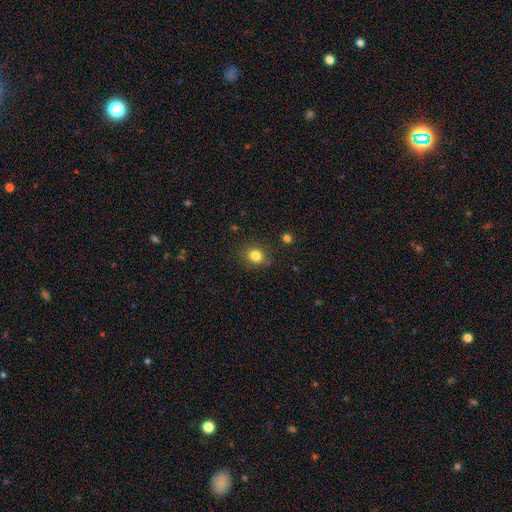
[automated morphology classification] Overall: smooth (82%). How rounded: round (62%; in between 37%). Merging: none (83%).